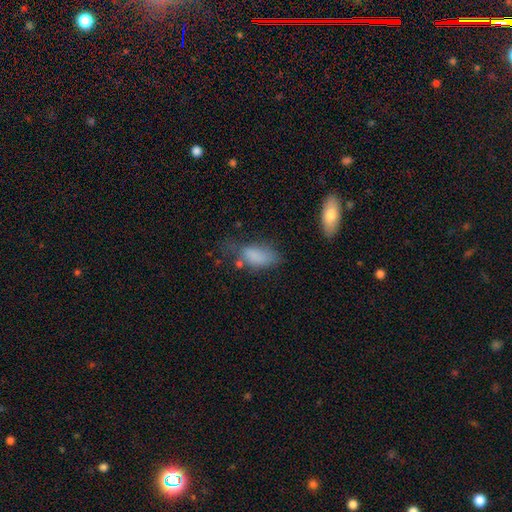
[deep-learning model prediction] A smooth galaxy with no disk features (80%) that is in between round and cigar-shaped (88%). Merging: none (38%).